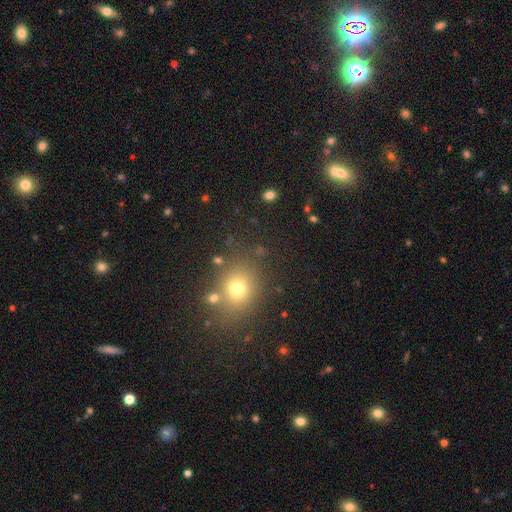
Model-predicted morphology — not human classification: type=smooth (64%); roundness=round (62%); merging=none (78%).